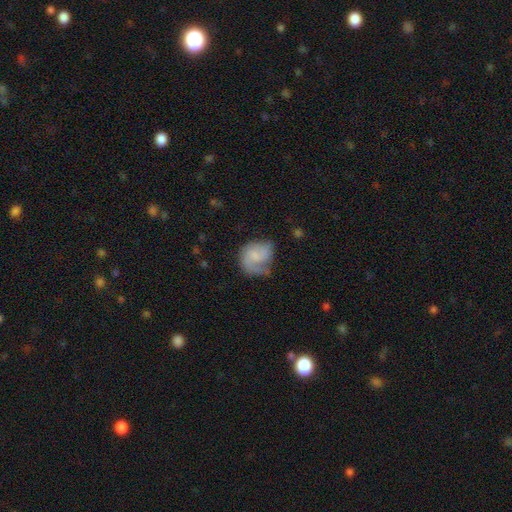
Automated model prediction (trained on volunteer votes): Smooth or featured?
  - featured or disk: 50% *
  - smooth: 42%
  - star or artifact: 7%
Edge-on disk?
  - no: 98% *
  - yes: 2%
Merging?
  - none: 44% *
  - minor disturbance: 29%
  - major disturbance: 24%
  - merger: 3%